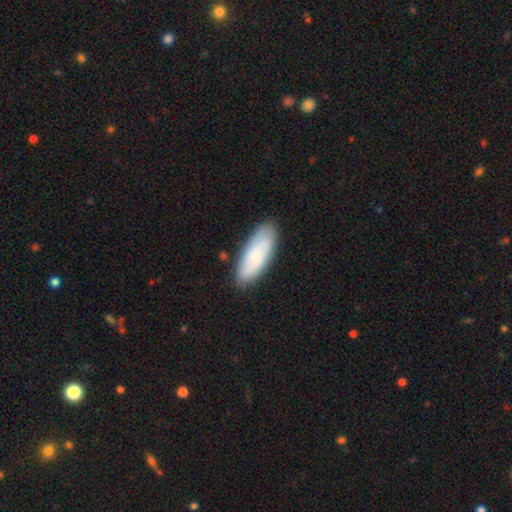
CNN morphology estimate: A smooth galaxy with no disk features (73%) that is in between round and cigar-shaped (72%). Merging: none (83%).